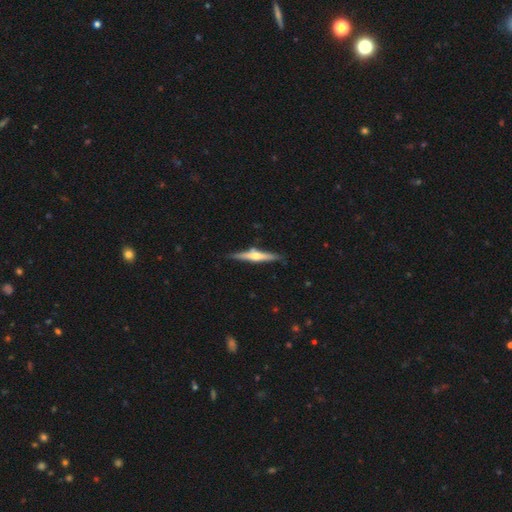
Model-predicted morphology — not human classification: This is likely a featured or disk galaxy (66%). It is clearly viewed edge-on (97%). Edge-on bulge: clearly rounded (88%). Merging: clearly none (84%).